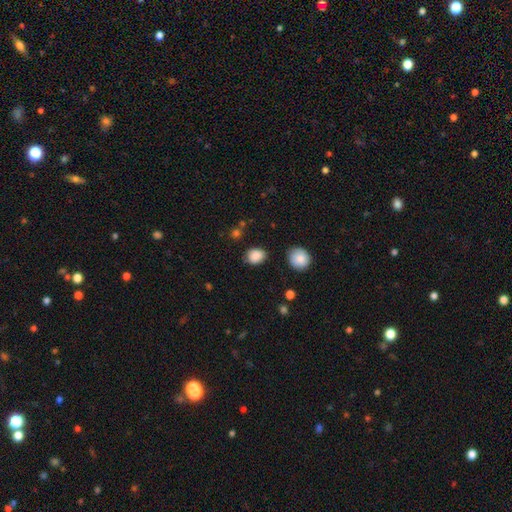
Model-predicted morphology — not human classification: smooth-or-featured: smooth: 87% | star or artifact: 9% | featured or disk: 4%
  how-rounded: in between: 52% | round: 47% | cigar-shaped: 1%
  merging: none: 76% | minor disturbance: 18% | major disturbance: 4% | merger: 3%